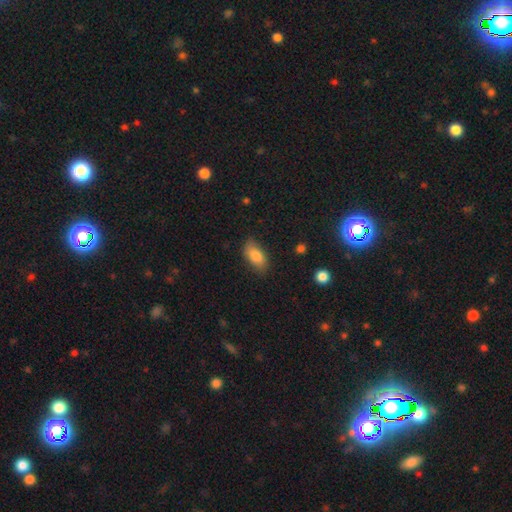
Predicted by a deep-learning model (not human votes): Smooth or featured: smooth — 83% (featured or disk — 10%)
How rounded: in between — 90% (cigar-shaped — 6%)
Merging: none — 81% (minor disturbance — 15%)